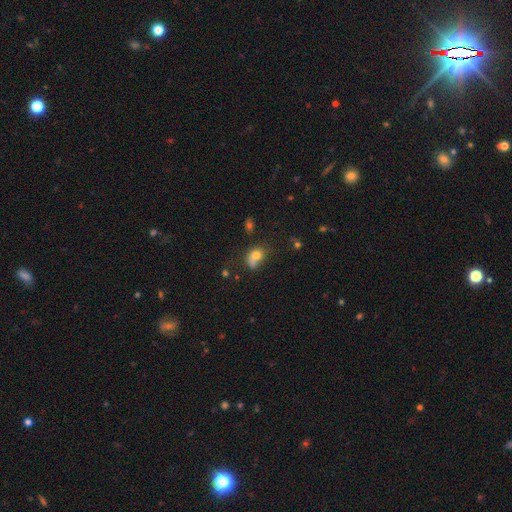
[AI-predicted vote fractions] A smooth galaxy with no disk features (71%) that is in between round and cigar-shaped (57%).

Vote fractions:
- Smooth or featured? smooth: 71% / featured or disk: 17% / star or artifact: 12%
- How rounded? in between: 57% / round: 41% / cigar-shaped: 2%
- Merging? none: 33% / minor disturbance: 25% / major disturbance: 22% / merger: 20%